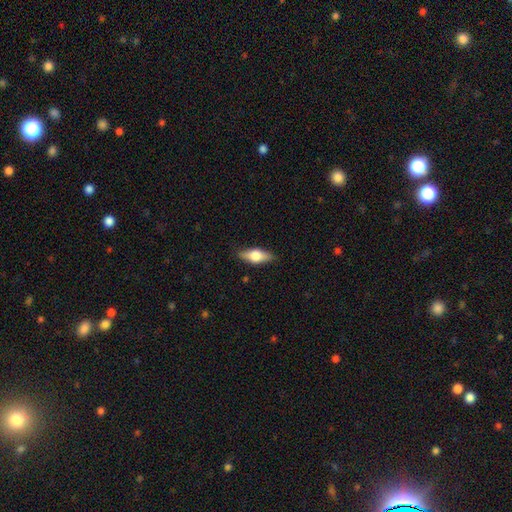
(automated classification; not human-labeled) smooth_or_featured: smooth (p=0.54) [alt: featured or disk p=0.39]
how_rounded: in between (p=0.72) [alt: cigar-shaped p=0.24]
merging: none (p=0.85) [alt: minor disturbance p=0.11]